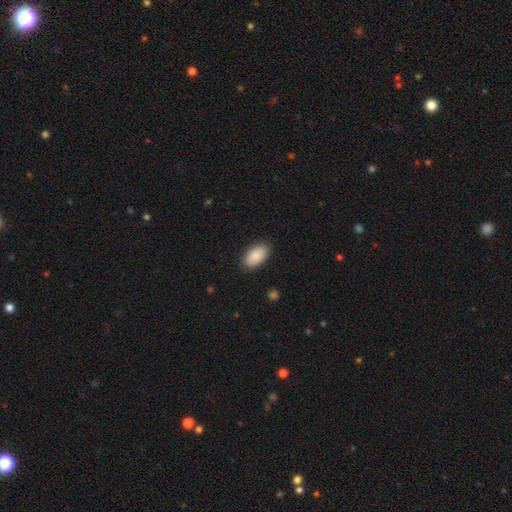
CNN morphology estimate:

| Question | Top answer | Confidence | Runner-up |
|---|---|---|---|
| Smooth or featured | smooth | 87% | featured or disk (7%) |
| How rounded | in between | 95% | round (3%) |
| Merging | none | 87% | minor disturbance (10%) |